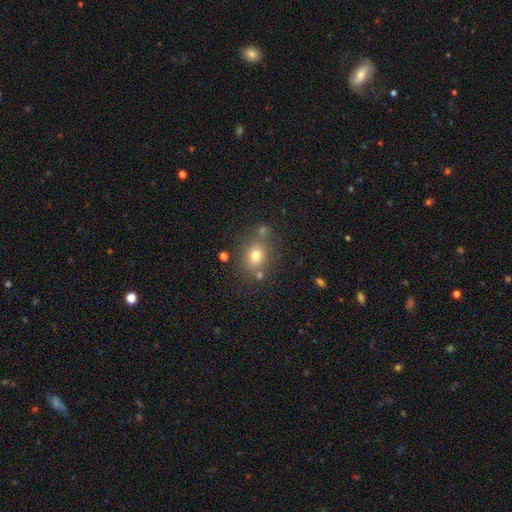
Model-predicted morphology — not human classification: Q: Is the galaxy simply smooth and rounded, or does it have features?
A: smooth — 73%.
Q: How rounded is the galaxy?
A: round — 56%.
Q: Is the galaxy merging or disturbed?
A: none — 69%.